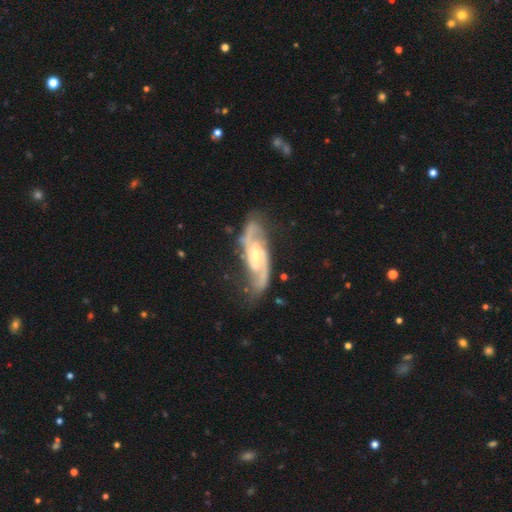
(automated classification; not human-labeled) Smooth or featured: featured or disk — 90% (smooth — 6%)
Edge-on disk: no — 93% (yes — 7%)
Bar: no — 49% (weak — 39%)
Spiral arms: yes — 98% (no — 2%)
Spiral winding: medium — 52% (tight — 31%)
Spiral arm count: 2 — 87% (can't tell — 5%)
Bulge size: small — 58% (moderate — 37%)
Merging: none — 75% (minor disturbance — 17%)